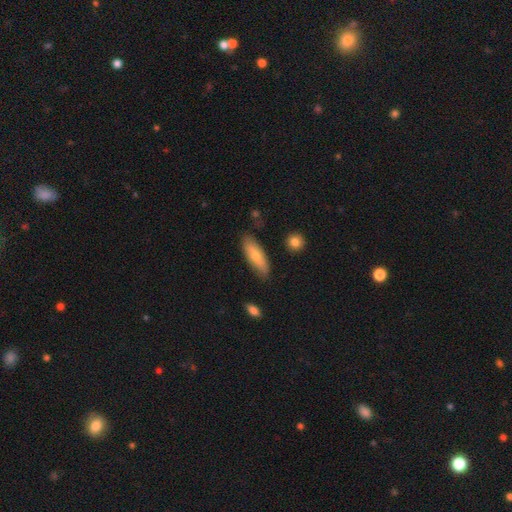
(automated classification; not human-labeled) smooth_or_featured: smooth (p=0.67) [alt: featured or disk p=0.27]
how_rounded: in between (p=0.63) [alt: cigar-shaped p=0.35]
merging: none (p=0.80) [alt: minor disturbance p=0.15]